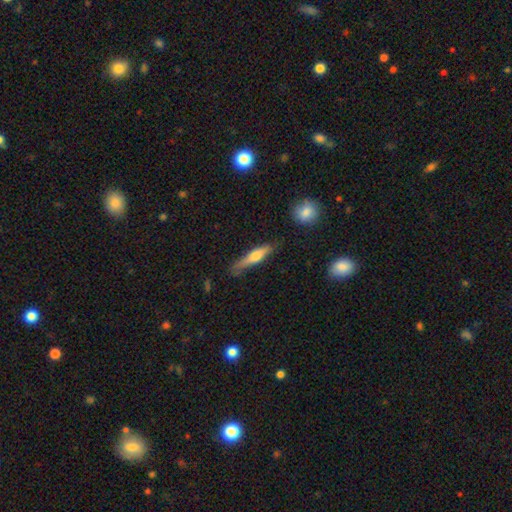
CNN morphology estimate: This appears to be a smooth galaxy with no disk features (55%) that is cigar-shaped (83%). Merging: none (69%).